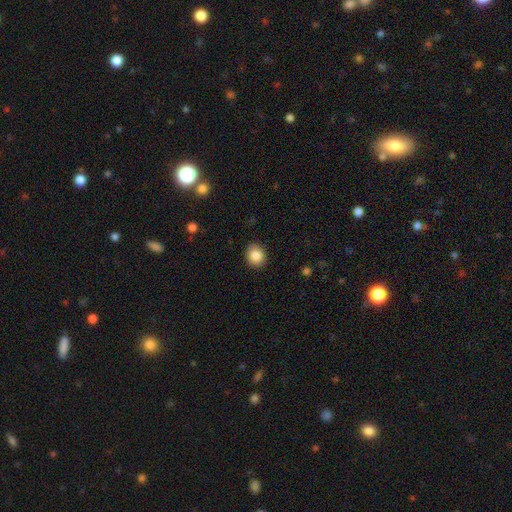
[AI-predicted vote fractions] This is clearly a smooth galaxy (85%). How rounded: likely round (66%). Merging: clearly none (89%).